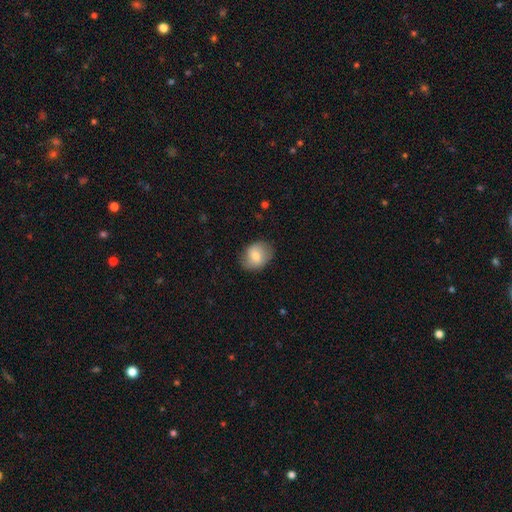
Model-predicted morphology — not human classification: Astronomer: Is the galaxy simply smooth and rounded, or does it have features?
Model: smooth — 70%.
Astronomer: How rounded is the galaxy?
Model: in between — 54% (runner-up: round, 45%).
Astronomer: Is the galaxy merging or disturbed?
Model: none — 76%.